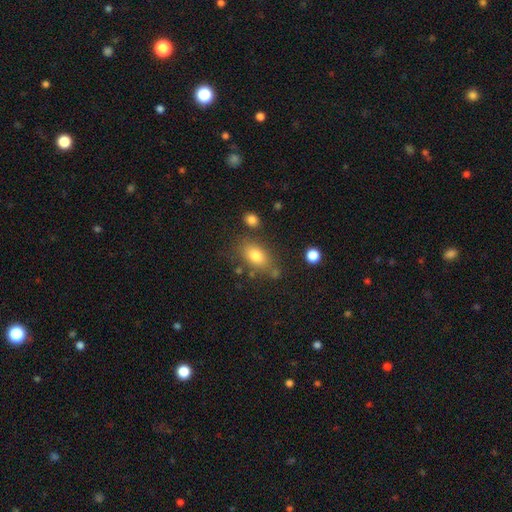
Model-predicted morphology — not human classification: This is likely a smooth galaxy (78%). How rounded: clearly in between (83%). Merging: likely none (71%).